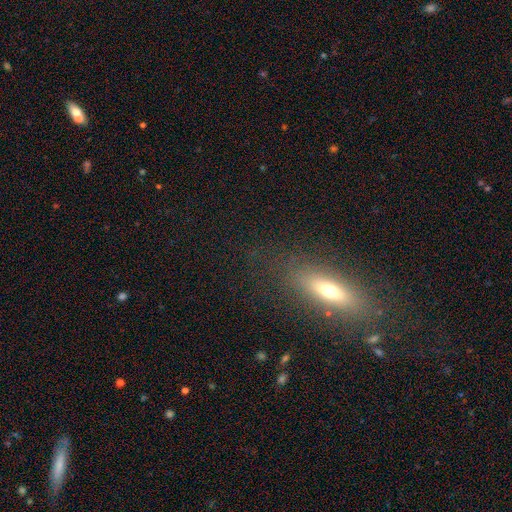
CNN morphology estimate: Smooth or featured: smooth — 49% (featured or disk — 32%)
Merging: none — 82% (minor disturbance — 11%)